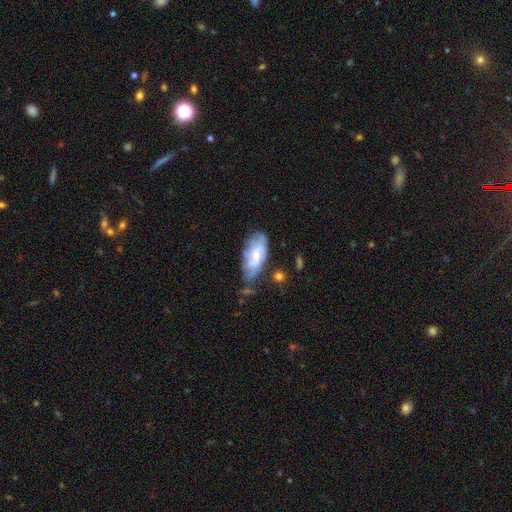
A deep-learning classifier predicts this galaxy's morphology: Smooth or featured? Predicted: featured or disk (p=0.58). Edge-on disk? Predicted: no (p=0.92). Bar? Predicted: no (p=0.50). Spiral arms? Predicted: yes (p=0.80). Bulge size? Predicted: small (p=0.50). Merging? Predicted: none (p=0.49).